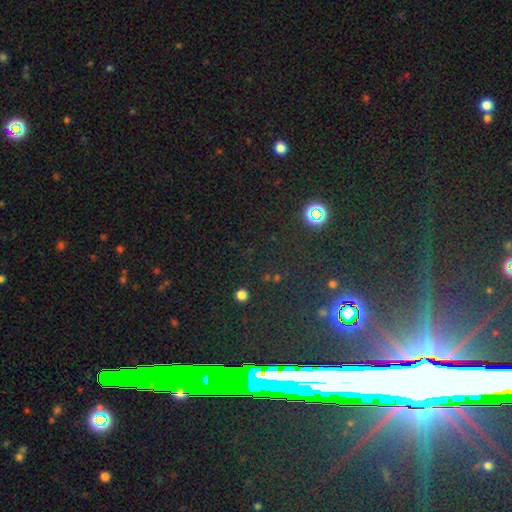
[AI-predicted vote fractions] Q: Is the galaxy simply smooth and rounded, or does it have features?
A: star or artifact — 76%.